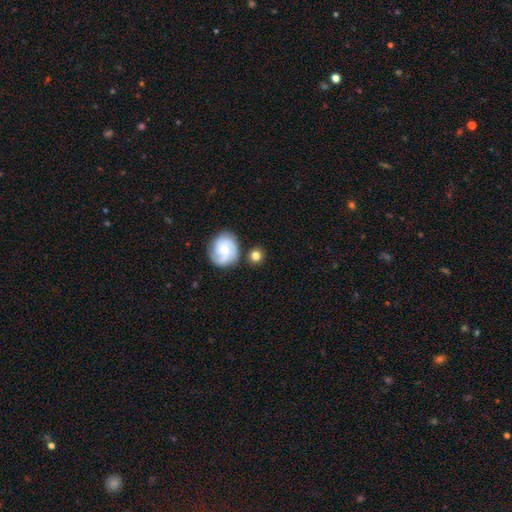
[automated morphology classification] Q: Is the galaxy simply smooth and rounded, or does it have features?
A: smooth — 66%.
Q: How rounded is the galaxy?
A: round — 82%.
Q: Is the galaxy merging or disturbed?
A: none — 73%.